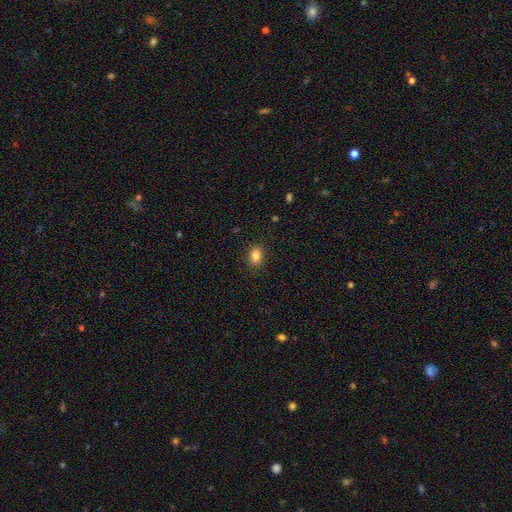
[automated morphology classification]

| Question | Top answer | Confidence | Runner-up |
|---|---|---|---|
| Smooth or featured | smooth | 84% | star or artifact (10%) |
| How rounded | in between | 61% | round (38%) |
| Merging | none | 88% | minor disturbance (8%) |